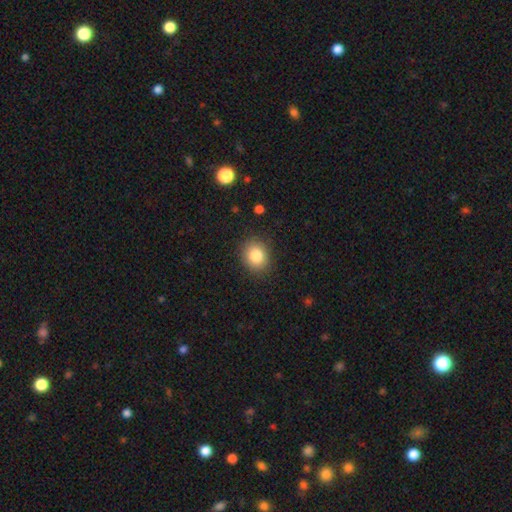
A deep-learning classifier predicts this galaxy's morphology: Smooth or featured? smooth (83%)
How rounded? round (68%)
Merging? none (88%)